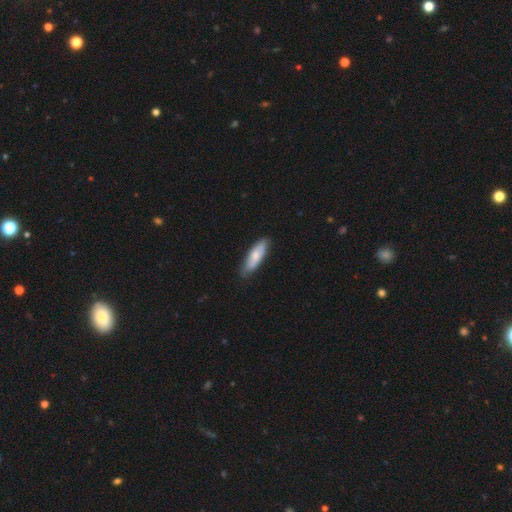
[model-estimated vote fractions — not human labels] Smooth or featured? Predicted: smooth (p=0.70). How rounded? Predicted: in between (p=0.51). Merging? Predicted: none (p=0.77).